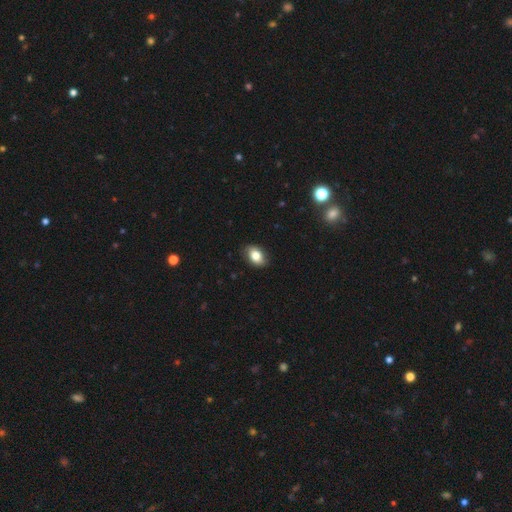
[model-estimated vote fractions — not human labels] Smooth or featured?
  - smooth: 81% *
  - featured or disk: 11%
  - star or artifact: 8%
How rounded?
  - in between: 85% *
  - round: 14%
  - cigar-shaped: 1%
Merging?
  - none: 85% *
  - minor disturbance: 12%
  - major disturbance: 2%
  - merger: 1%